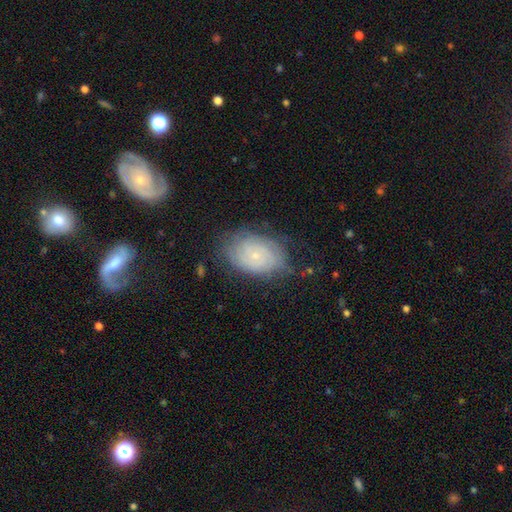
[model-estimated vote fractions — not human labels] A featured or disk galaxy (52%).

Vote fractions:
- Smooth or featured? featured or disk: 52% / smooth: 38% / star or artifact: 10%
- Edge-on disk? no: 96% / yes: 4%
- Merging? none: 67% / minor disturbance: 22% / major disturbance: 9% / merger: 2%